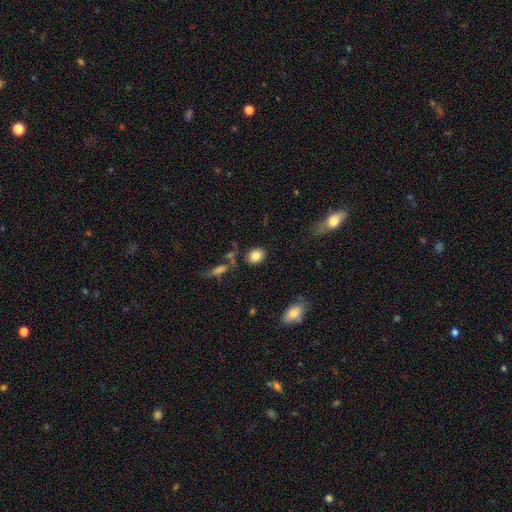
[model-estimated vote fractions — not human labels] Smooth or featured?
  - smooth: 84% *
  - star or artifact: 9%
  - featured or disk: 7%
How rounded?
  - in between: 60% *
  - round: 38%
  - cigar-shaped: 2%
Merging?
  - none: 80% *
  - minor disturbance: 11%
  - merger: 5%
  - major disturbance: 4%